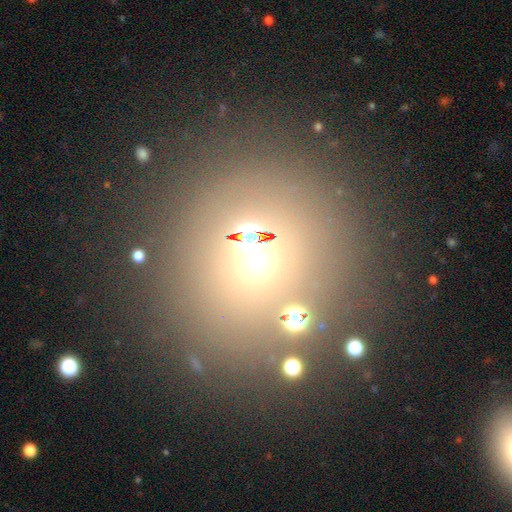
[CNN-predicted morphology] This appears to be a smooth galaxy with no disk features (49%). Merging: none (73%).